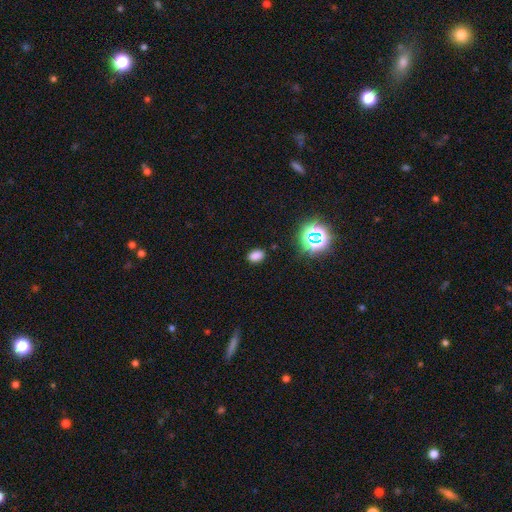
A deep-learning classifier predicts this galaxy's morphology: Q: Smooth or featured?
A: smooth (74%); runner-up: star or artifact (21%)
Q: How rounded?
A: in between (83%); runner-up: round (16%)
Q: Merging?
A: none (86%); runner-up: minor disturbance (10%)